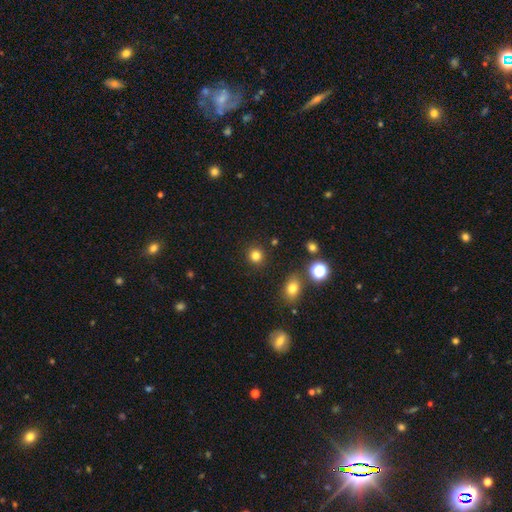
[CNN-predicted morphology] Smooth or featured?
  - smooth: 81% *
  - star or artifact: 14%
  - featured or disk: 5%
How rounded?
  - round: 90% *
  - in between: 9%
  - cigar-shaped: 1%
Merging?
  - none: 90% *
  - minor disturbance: 6%
  - major disturbance: 2%
  - merger: 2%